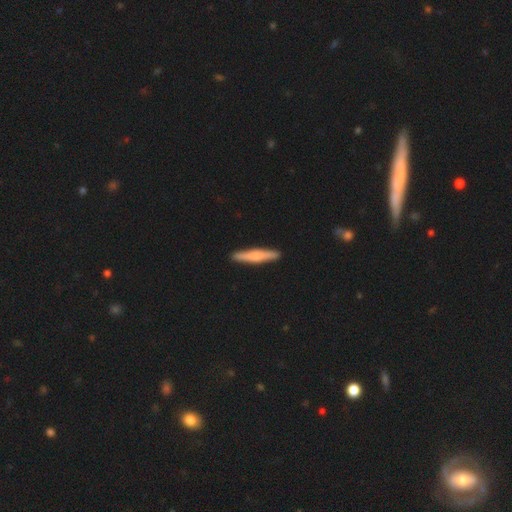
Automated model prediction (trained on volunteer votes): A smooth galaxy with no disk features (55%) that is cigar-shaped (93%).

Vote fractions:
- Smooth or featured? smooth: 55% / featured or disk: 39% / star or artifact: 5%
- How rounded? cigar-shaped: 93% / in between: 6% / round: 1%
- Merging? none: 92% / minor disturbance: 6% / major disturbance: 1% / merger: 1%